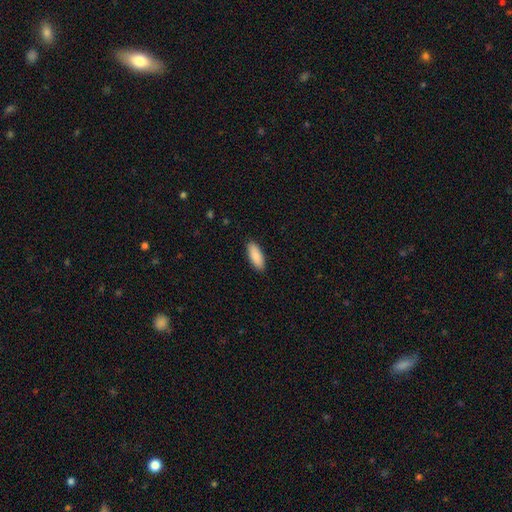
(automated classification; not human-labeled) smooth-or-featured: smooth: 90% | star or artifact: 6% | featured or disk: 4%
  how-rounded: in between: 72% | cigar-shaped: 27% | round: 2%
  merging: none: 90% | minor disturbance: 8% | major disturbance: 2% | merger: 1%